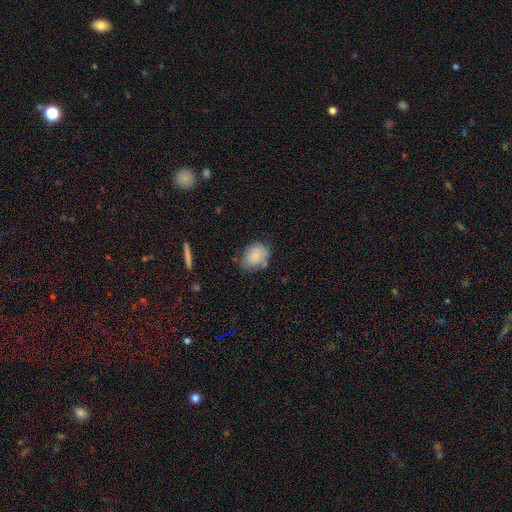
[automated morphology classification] Smooth or featured? Predicted: smooth (p=0.76). How rounded? Predicted: in between (p=0.61). Merging? Predicted: none (p=0.64).